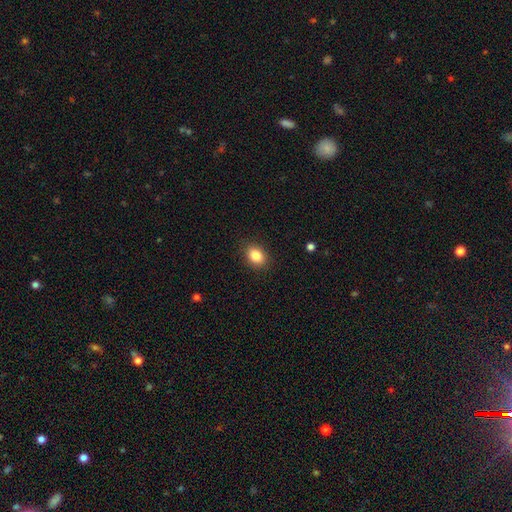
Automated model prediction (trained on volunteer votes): Smooth or featured? Predicted: smooth (p=0.85). How rounded? Predicted: in between (p=0.68). Merging? Predicted: none (p=0.89).